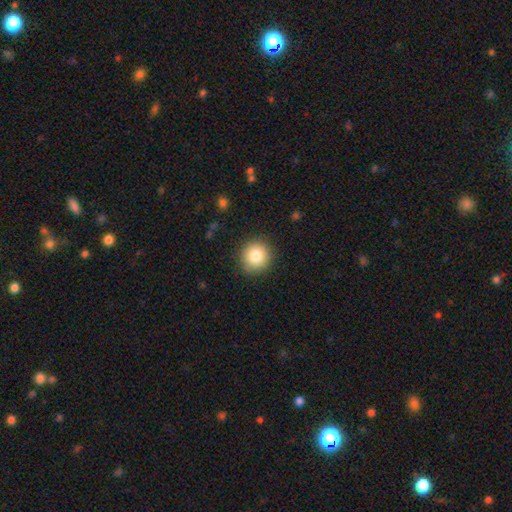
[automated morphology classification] Smooth or featured? Predicted: smooth (p=0.83). How rounded? Predicted: round (p=0.91). Merging? Predicted: none (p=0.88).